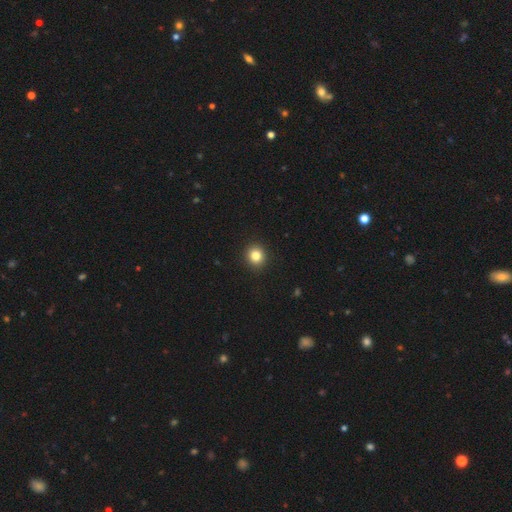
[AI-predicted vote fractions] The model was most divided on "smooth or featured": smooth: 83%, star or artifact: 11%, featured or disk: 6%. More confident: merging — none (93%); how rounded — round (87%).